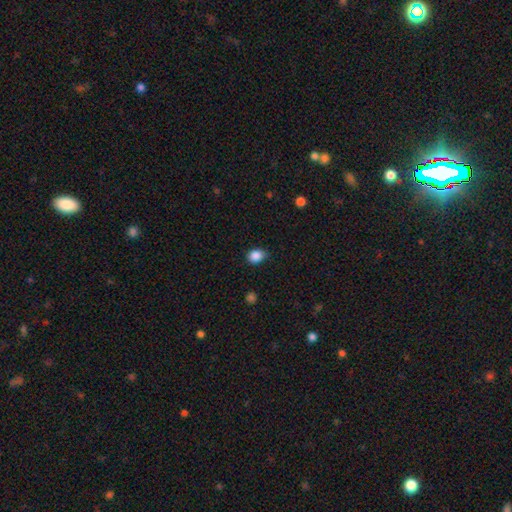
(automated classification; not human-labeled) smooth-or-featured: smooth: 87% | star or artifact: 10% | featured or disk: 4%
  how-rounded: in between: 53% | round: 46% | cigar-shaped: 1%
  merging: none: 73% | minor disturbance: 22% | major disturbance: 4% | merger: 1%